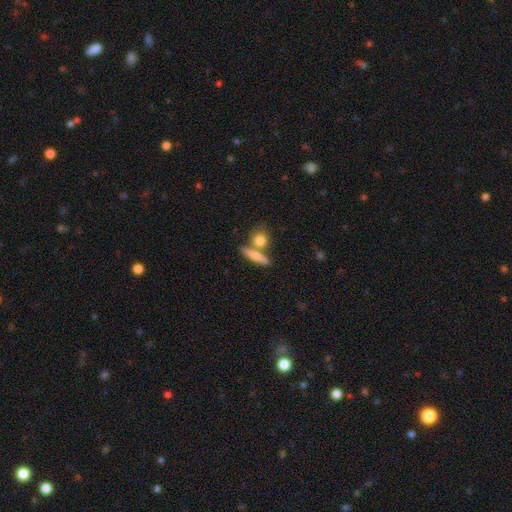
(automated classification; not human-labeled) Smooth or featured? smooth (61%)
How rounded? cigar-shaped (62%)
Merging? none (62%)